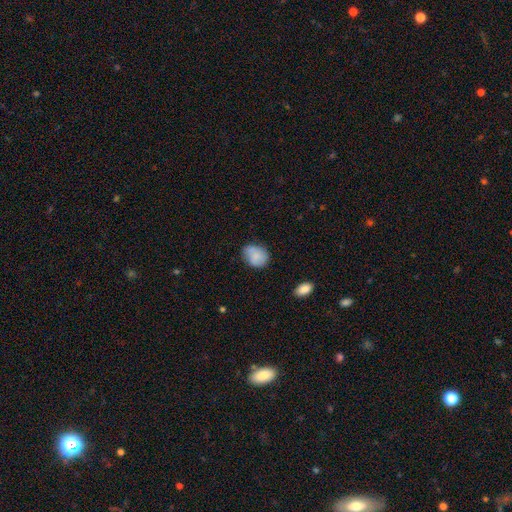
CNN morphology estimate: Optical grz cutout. It shows a smooth galaxy with no disk features (78%) that is in between round and cigar-shaped (51%). Merging: none (61%).